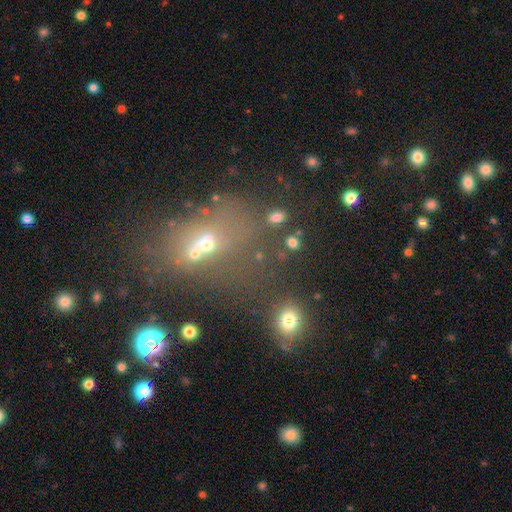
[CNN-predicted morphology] Smooth or featured? smooth (44%)
Merging? merger (39%)